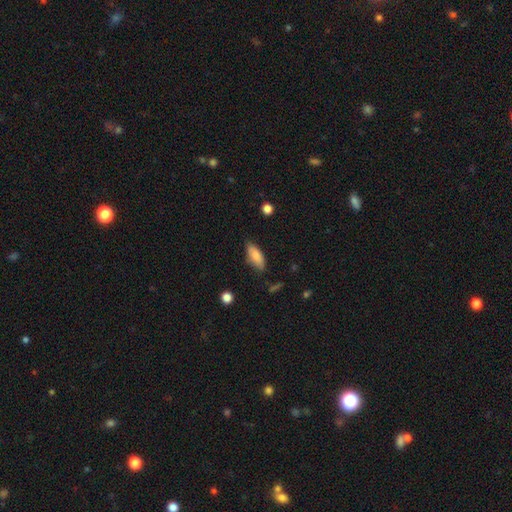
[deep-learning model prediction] Overall: smooth (83%). How rounded: in between (81%). Merging: none (75%).